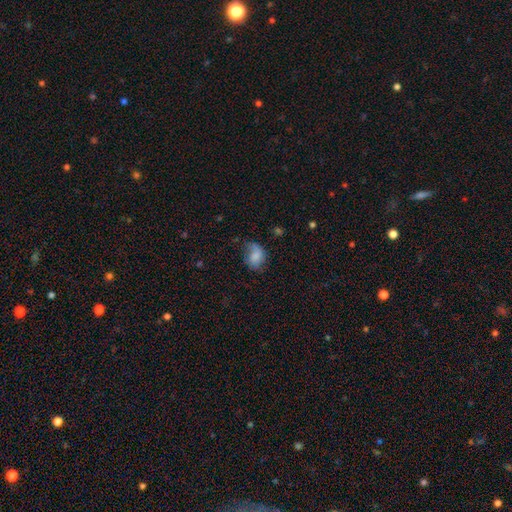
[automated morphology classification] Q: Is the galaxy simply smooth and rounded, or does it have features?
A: smooth — 67%.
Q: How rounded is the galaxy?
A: in between — 64%.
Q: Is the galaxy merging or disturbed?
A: none — 40%.